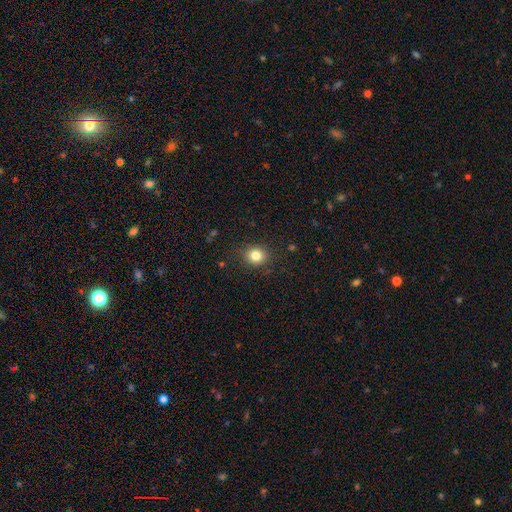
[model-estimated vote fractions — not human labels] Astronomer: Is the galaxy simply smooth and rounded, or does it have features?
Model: smooth — 82%.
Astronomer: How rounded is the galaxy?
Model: round — 79%.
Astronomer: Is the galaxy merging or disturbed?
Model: none — 87%.